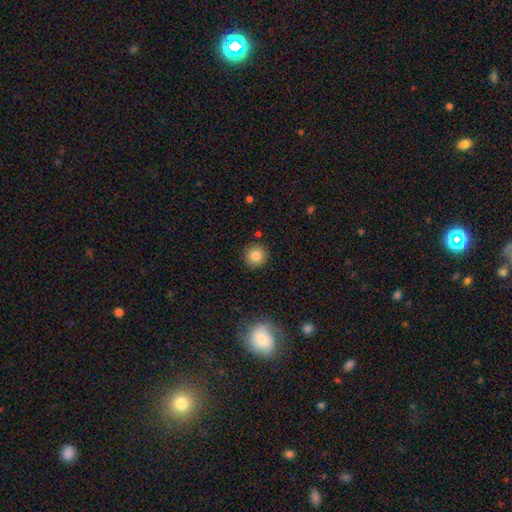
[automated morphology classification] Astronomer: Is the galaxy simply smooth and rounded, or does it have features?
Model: smooth — 82%.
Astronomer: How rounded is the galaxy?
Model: round — 94%.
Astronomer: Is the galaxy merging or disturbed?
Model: none — 89%.